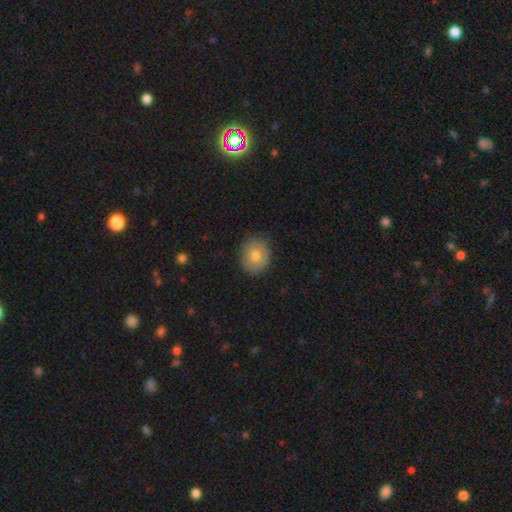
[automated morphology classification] A smooth galaxy with no disk features (73%) that is round (70%). Merging: none (85%).